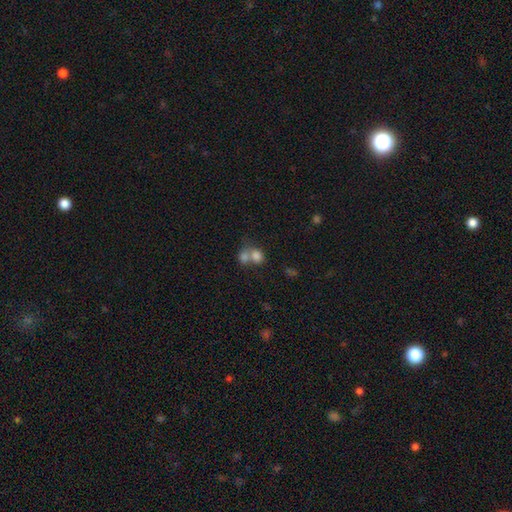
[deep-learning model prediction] smooth 78%, featured or disk 11%, star or artifact 11%. Down the decision tree: how rounded — round (60%); merging — merger (61%).